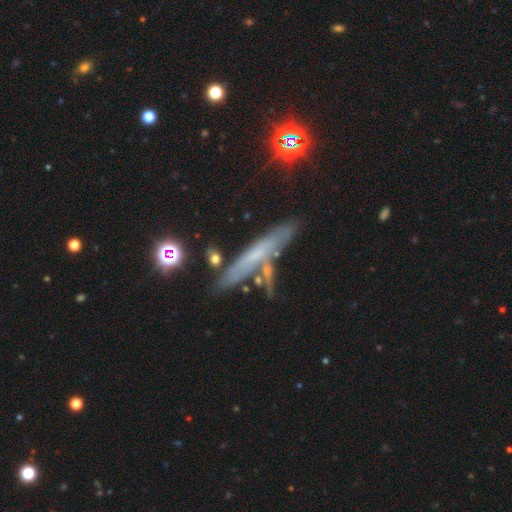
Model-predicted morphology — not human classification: Q: Smooth or featured?
A: featured or disk (46%); runner-up: smooth (41%)
Q: Merging?
A: none (68%); runner-up: minor disturbance (16%)